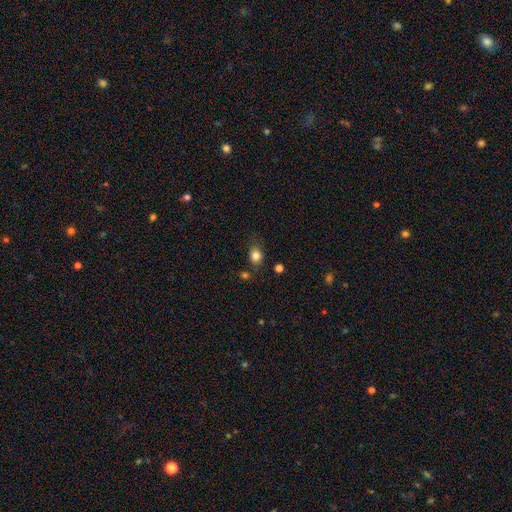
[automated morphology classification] smooth 81%, star or artifact 12%, featured or disk 7%. Down the decision tree: how rounded — round (58%); merging — none (74%).